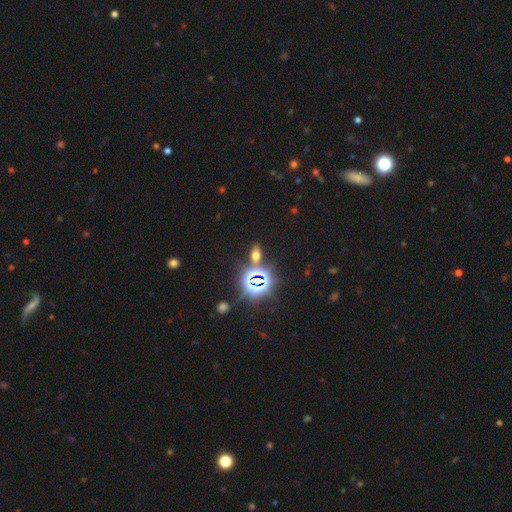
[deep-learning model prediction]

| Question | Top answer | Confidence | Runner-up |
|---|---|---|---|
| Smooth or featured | star or artifact | 45% | smooth (44%) |